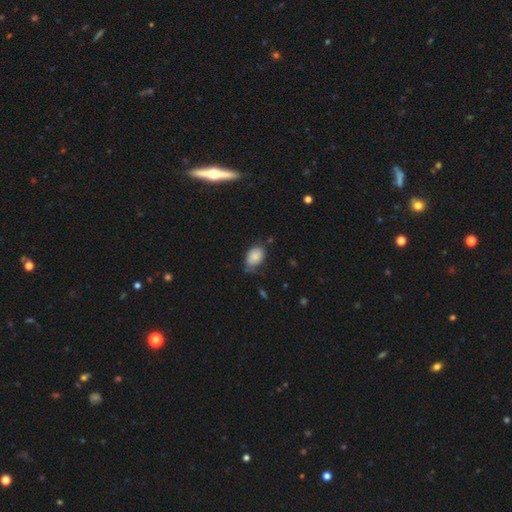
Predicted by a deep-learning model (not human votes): smooth-or-featured: smooth: 83% | featured or disk: 9% | star or artifact: 8%
  how-rounded: in between: 82% | round: 17% | cigar-shaped: 1%
  merging: none: 57% | minor disturbance: 33% | major disturbance: 8% | merger: 3%